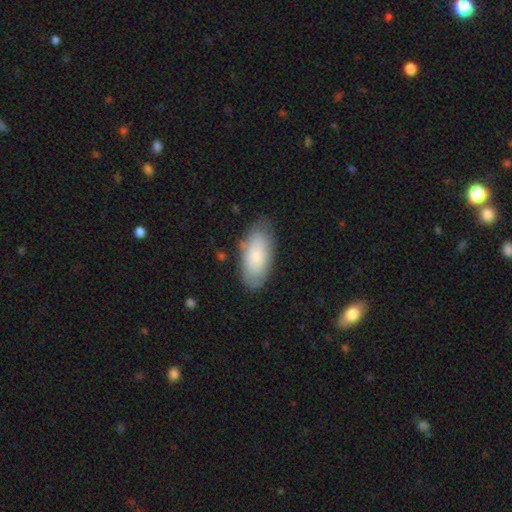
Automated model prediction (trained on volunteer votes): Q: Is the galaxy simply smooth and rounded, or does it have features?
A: smooth — 79%.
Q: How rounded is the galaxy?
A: in between — 92%.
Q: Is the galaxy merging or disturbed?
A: none — 78%.